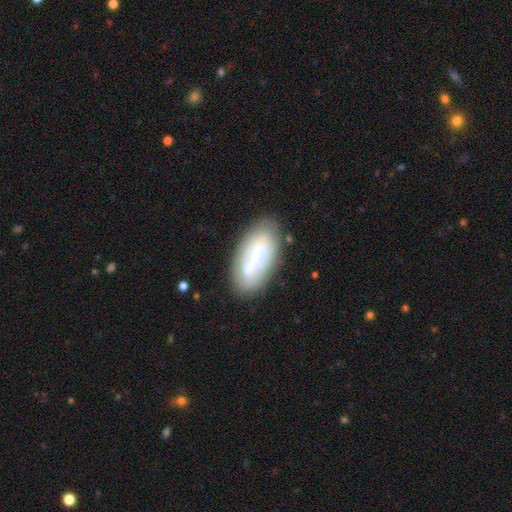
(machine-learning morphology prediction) This appears to be a featured or disk galaxy (54%). Merging: none (74%).